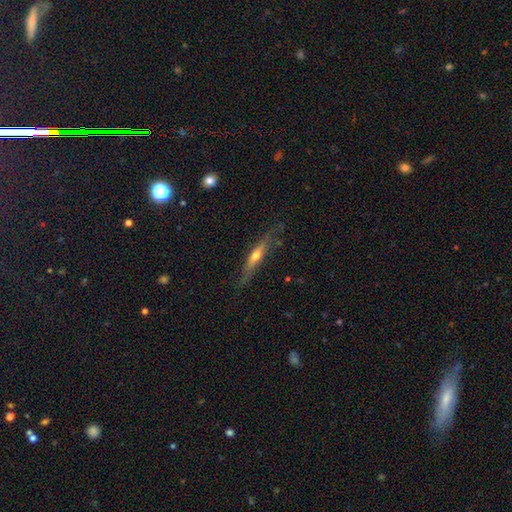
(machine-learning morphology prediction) Smooth or featured? Predicted: featured or disk (p=0.65). Edge-on disk? Predicted: yes (p=0.92). Edge-on bulge? Predicted: rounded (p=0.84). Merging? Predicted: none (p=0.76).